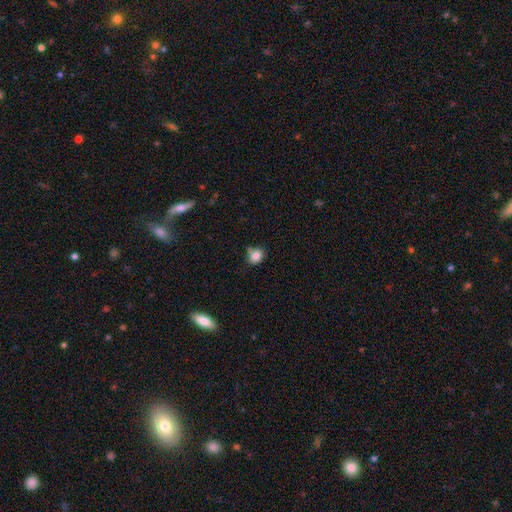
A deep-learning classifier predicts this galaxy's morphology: Smooth or featured?
  - smooth: 82% *
  - star or artifact: 11%
  - featured or disk: 8%
How rounded?
  - round: 65% *
  - in between: 34%
  - cigar-shaped: 1%
Merging?
  - none: 65% *
  - minor disturbance: 21%
  - merger: 9%
  - major disturbance: 4%